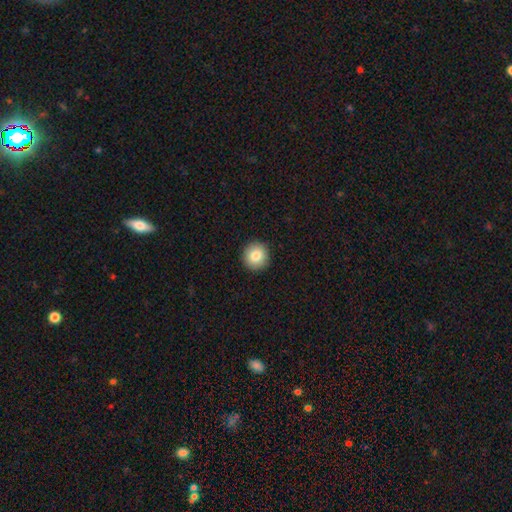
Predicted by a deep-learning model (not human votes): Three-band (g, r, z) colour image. It shows a smooth galaxy with no disk features (84%) that is round (94%). Merging: none (93%).